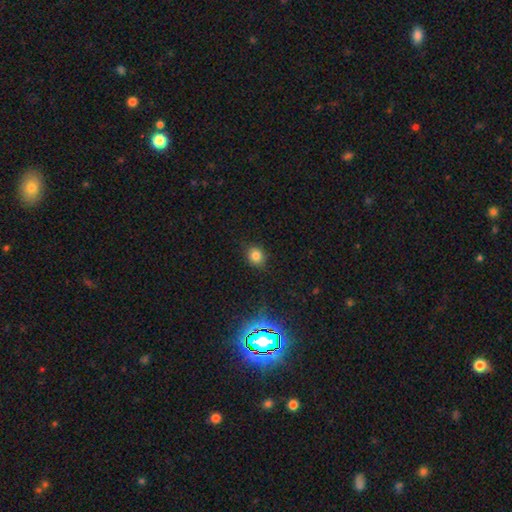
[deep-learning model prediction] smooth_or_featured: smooth (p=0.79) [alt: star or artifact p=0.15]
how_rounded: round (p=0.73) [alt: in between p=0.26]
merging: none (p=0.86) [alt: minor disturbance p=0.10]